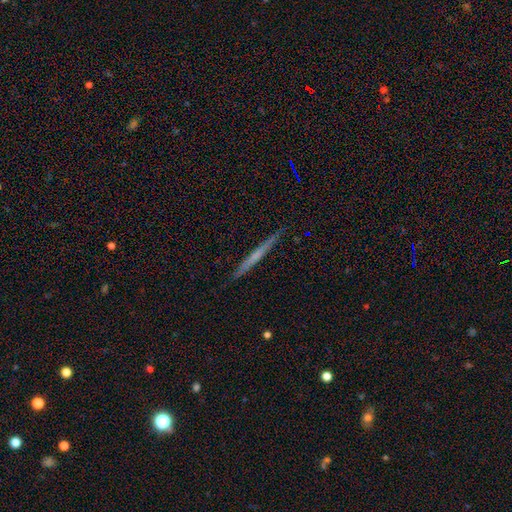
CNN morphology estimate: This appears to be a featured or disk galaxy (52%) viewed edge-on (97%) with no central bulge (79%). Merging: none (90%).